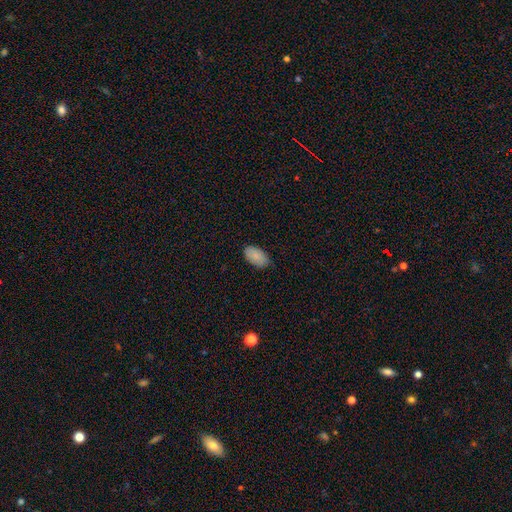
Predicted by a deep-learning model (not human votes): Smooth or featured? Predicted: smooth (p=0.88). How rounded? Predicted: in between (p=0.95). Merging? Predicted: none (p=0.80).